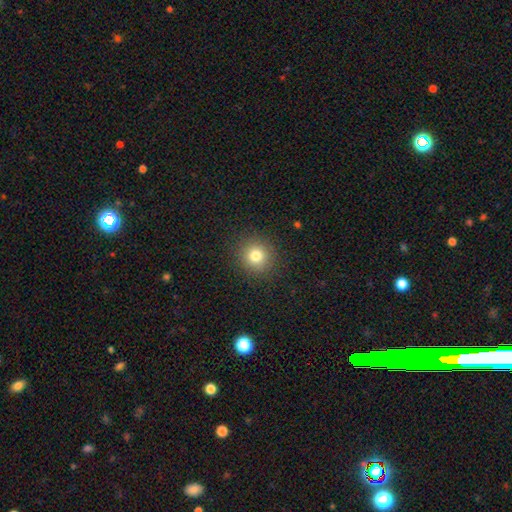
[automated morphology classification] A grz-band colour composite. It shows a smooth galaxy with no disk features (79%) that is round (92%). Merging: none (91%).